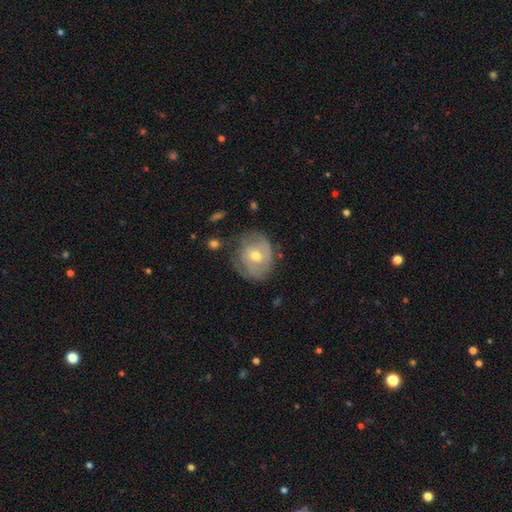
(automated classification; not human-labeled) Smooth or featured? featured or disk (63%)
Edge-on disk? no (96%)
Bar? no (63%)
Spiral arms? yes (74%)
Bulge size? moderate (61%)
Merging? none (62%)